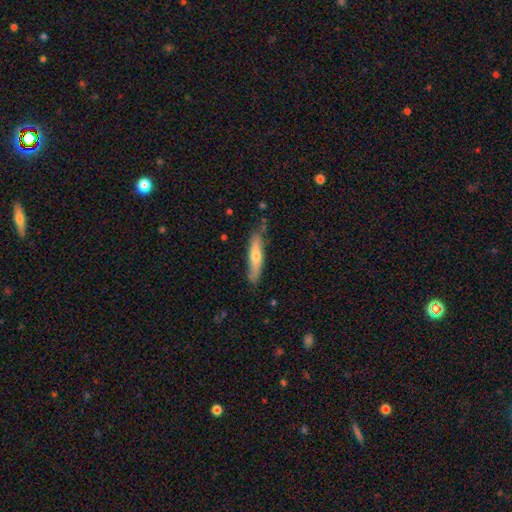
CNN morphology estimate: Smooth or featured: smooth — 59% (featured or disk — 35%)
How rounded: cigar-shaped — 83% (in between — 16%)
Merging: none — 77% (minor disturbance — 18%)